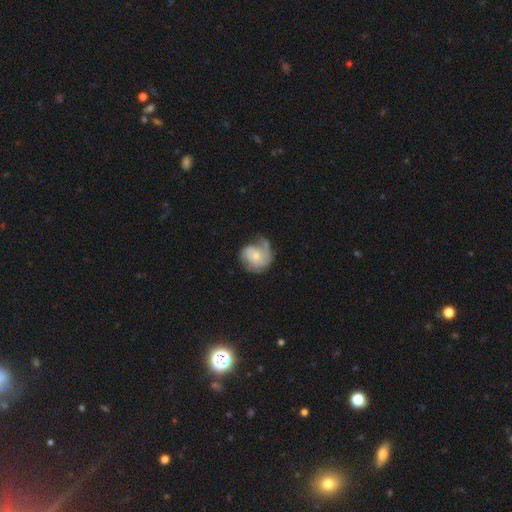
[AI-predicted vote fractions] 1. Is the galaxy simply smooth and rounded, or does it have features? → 59% featured or disk, 35% smooth, 6% star or artifact.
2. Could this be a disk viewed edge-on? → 98% no, 2% yes.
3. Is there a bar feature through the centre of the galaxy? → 72% no, 24% weak, 4% strong.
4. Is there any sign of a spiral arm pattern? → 83% yes, 17% no.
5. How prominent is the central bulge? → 50% small, 39% moderate, 5% none, 4% large, 1% dominant.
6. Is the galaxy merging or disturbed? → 42% none, 27% minor disturbance, 26% major disturbance, 5% merger.